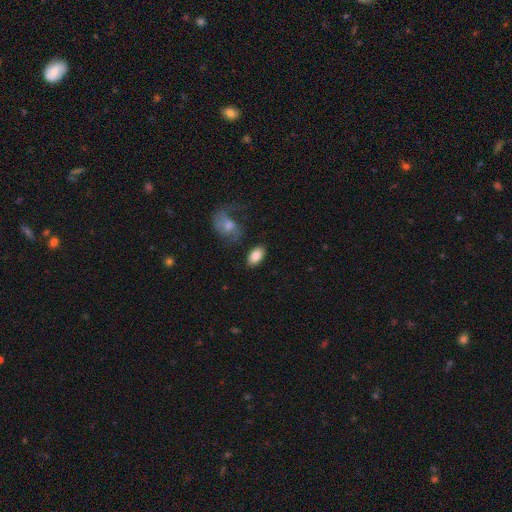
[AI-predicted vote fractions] A smooth galaxy with no disk features (83%) that is in between round and cigar-shaped (92%).

Vote fractions:
- Smooth or featured? smooth: 83% / featured or disk: 10% / star or artifact: 7%
- How rounded? in between: 92% / round: 6% / cigar-shaped: 2%
- Merging? none: 81% / minor disturbance: 11% / merger: 4% / major disturbance: 4%